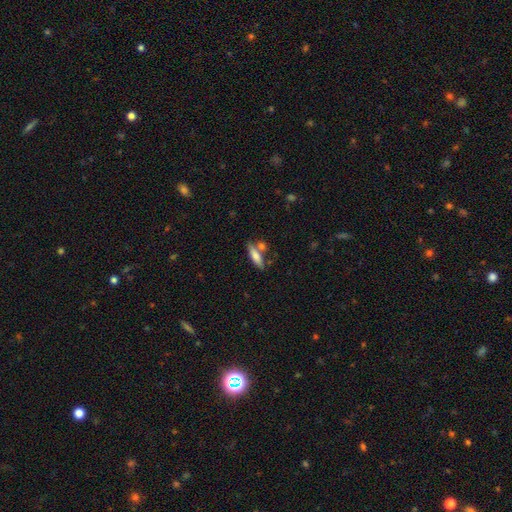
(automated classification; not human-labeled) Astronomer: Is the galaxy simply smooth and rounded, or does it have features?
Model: smooth — 70%.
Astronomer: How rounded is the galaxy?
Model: cigar-shaped — 60% (runner-up: in between, 38%).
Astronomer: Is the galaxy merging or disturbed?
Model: none — 63%.